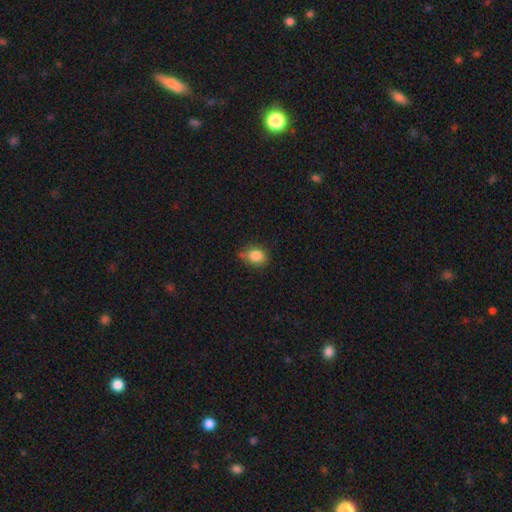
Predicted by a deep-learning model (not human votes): Morphology: type=smooth (86%); roundness=in between (56%); merging=none (63%).